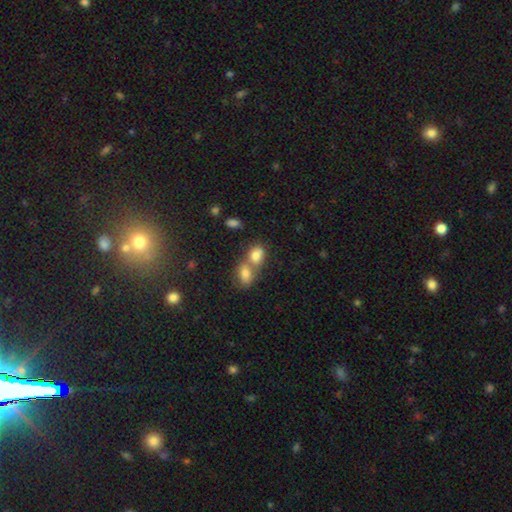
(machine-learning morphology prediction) Overall: smooth (78%). How rounded: in between (66%; round 32%). Merging: merger (65%; none 25%).